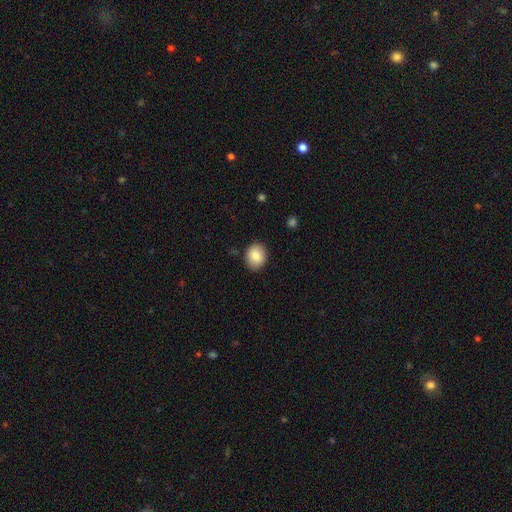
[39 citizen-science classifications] Overall: smooth (90%). How rounded: round (54%; in between 46%). Merging: none (89%).